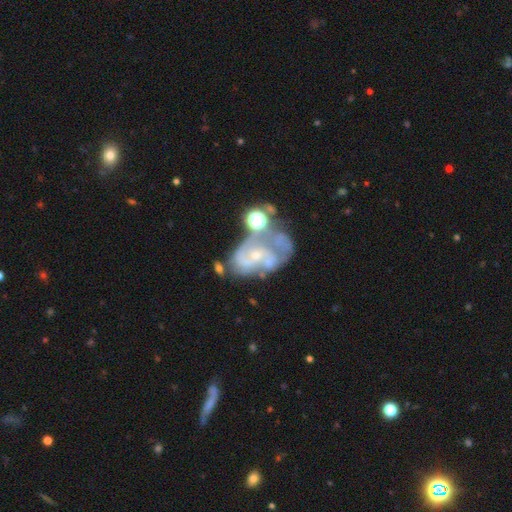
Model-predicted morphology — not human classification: type=featured or disk (79%); edge-on=no (97%); bar=no (65%); spiral arms=yes (83%); winding=medium (45%); arm count=2 (45%); bulge=small (71%); merging=none (27%, tied with major disturbance and merger).